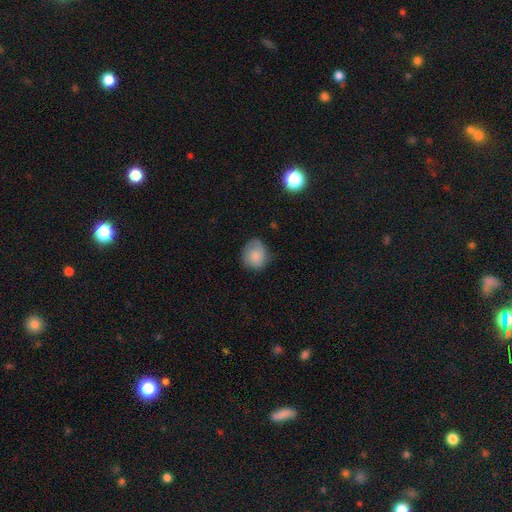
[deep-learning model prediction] Smooth or featured? Predicted: smooth (p=0.79). How rounded? Predicted: round (p=0.70). Merging? Predicted: none (p=0.64).